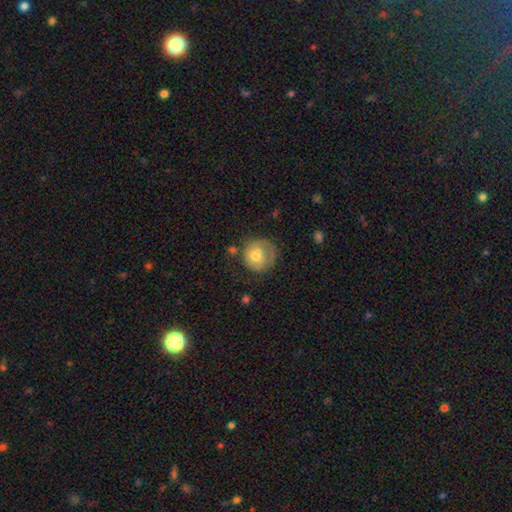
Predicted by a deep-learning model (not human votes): The model was most divided on "merging": none: 50%, minor disturbance: 24%, major disturbance: 17%, merger: 9%. More confident: how rounded — round (84%); smooth or featured — smooth (59%).